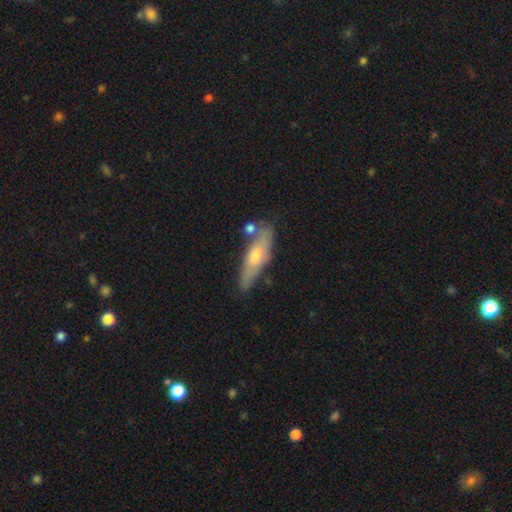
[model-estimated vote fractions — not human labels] The model was most divided on "how rounded": cigar-shaped: 54%, in between: 44%, round: 2%. More confident: merging — none (64%); smooth or featured — smooth (53%).